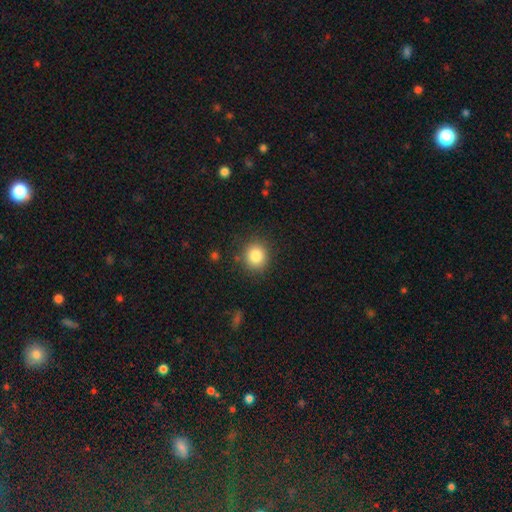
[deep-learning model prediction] Overall: smooth (85%). How rounded: round (85%). Merging: none (86%).